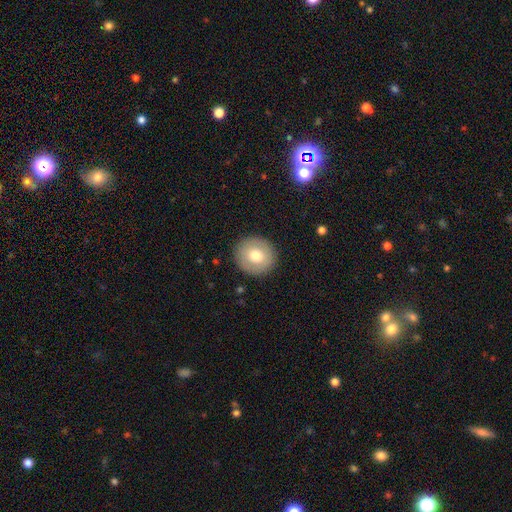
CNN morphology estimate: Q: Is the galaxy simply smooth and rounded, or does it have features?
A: smooth — 71%.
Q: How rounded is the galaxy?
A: round — 93%.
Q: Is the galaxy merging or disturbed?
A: none — 90%.